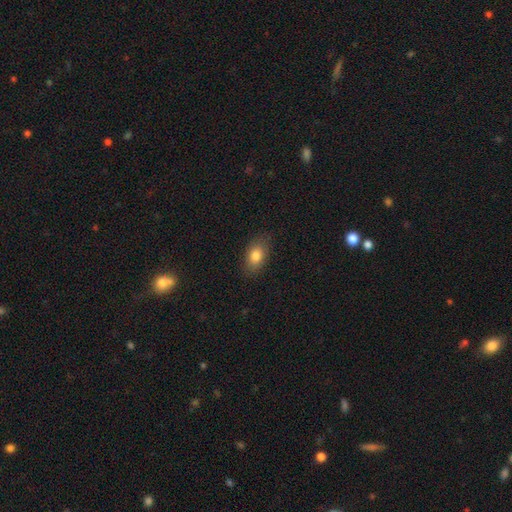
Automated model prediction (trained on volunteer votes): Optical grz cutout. It shows a smooth galaxy with no disk features (82%) that is in between round and cigar-shaped (85%). Merging: none (84%).